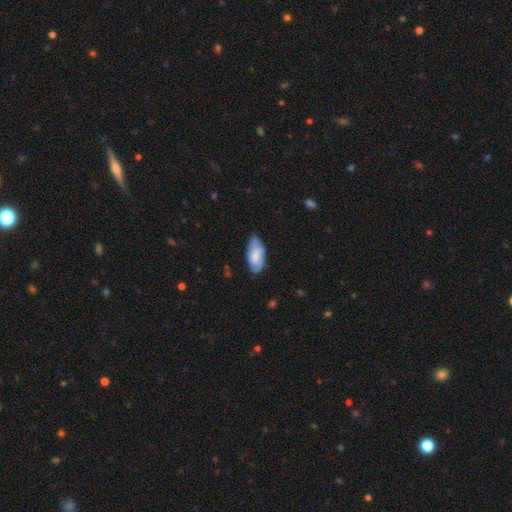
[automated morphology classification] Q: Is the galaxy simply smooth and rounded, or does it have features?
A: smooth — 63%.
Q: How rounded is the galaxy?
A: in between — 90%.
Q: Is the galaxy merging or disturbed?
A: none — 68%.